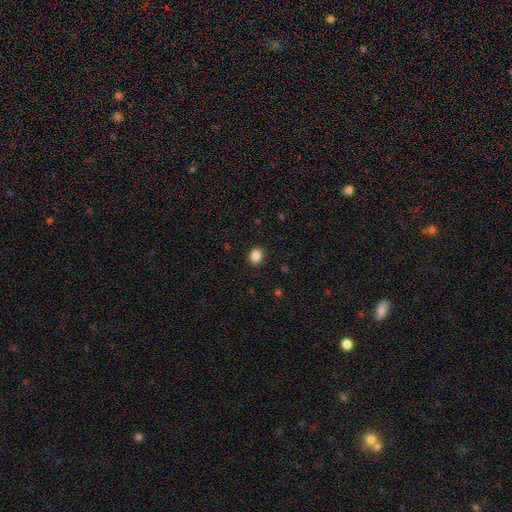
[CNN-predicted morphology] A smooth galaxy with no disk features (87%) that is round (59%).

Vote fractions:
- Smooth or featured? smooth: 87% / star or artifact: 10% / featured or disk: 4%
- How rounded? round: 59% / in between: 40% / cigar-shaped: 1%
- Merging? none: 90% / minor disturbance: 7% / major disturbance: 2% / merger: 1%